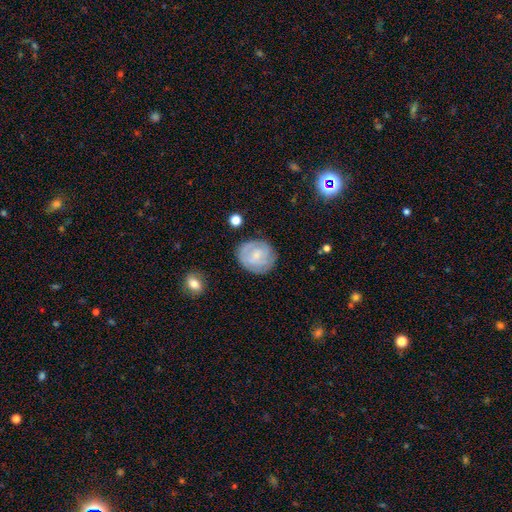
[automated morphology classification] The model was most divided on "smooth or featured": featured or disk: 56%, smooth: 37%, star or artifact: 7%. More confident: edge-on disk — no (97%); merging — none (77%); spiral arms — yes (76%); bar — no (56%); bulge size — small (55%).